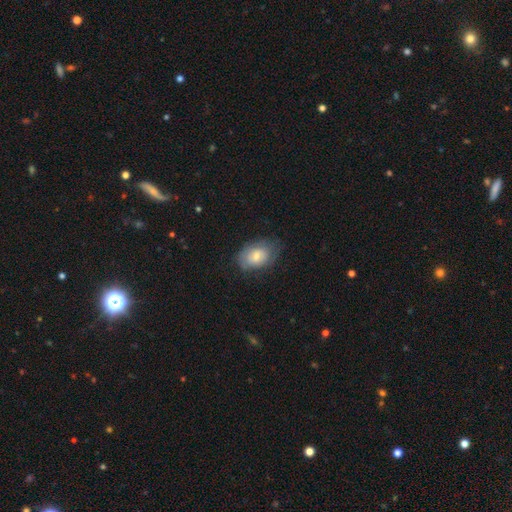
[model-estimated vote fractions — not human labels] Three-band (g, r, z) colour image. It shows a smooth galaxy with no disk features (62%) that is in between round and cigar-shaped (81%). Merging: none (67%).